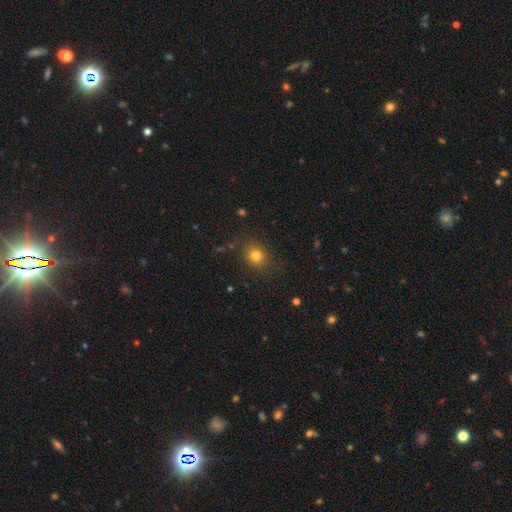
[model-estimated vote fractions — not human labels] Smooth or featured? smooth (79%)
How rounded? round (75%)
Merging? none (83%)